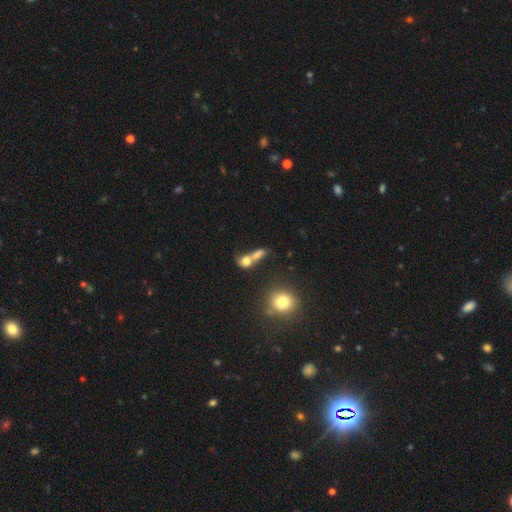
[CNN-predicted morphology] type=smooth (68%); roundness=in between (48%); merging=merger (62%).